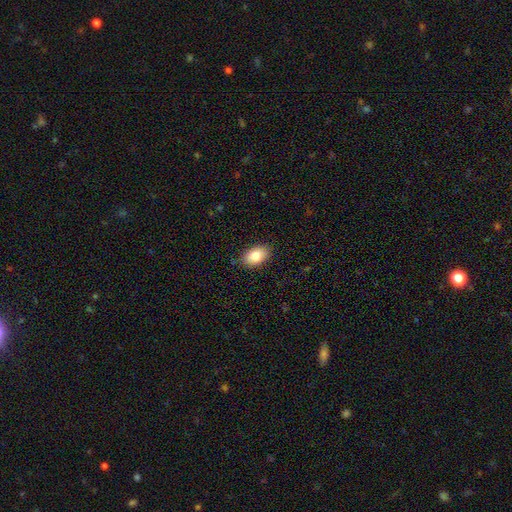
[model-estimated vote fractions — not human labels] This is clearly a smooth galaxy (84%). How rounded: clearly in between (90%). Merging: clearly none (85%).